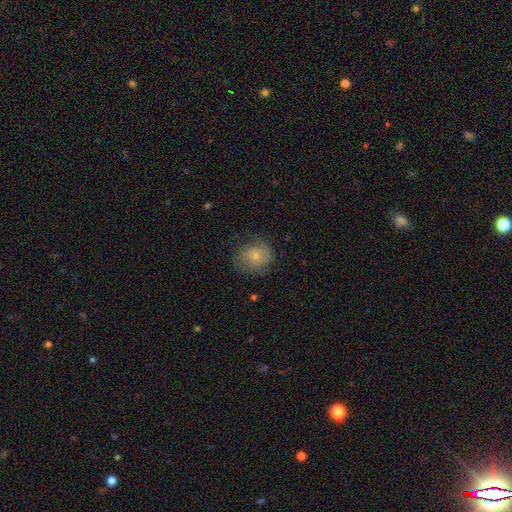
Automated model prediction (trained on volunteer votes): Smooth or featured? Predicted: smooth (p=0.58). How rounded? Predicted: round (p=0.73). Merging? Predicted: none (p=0.64).